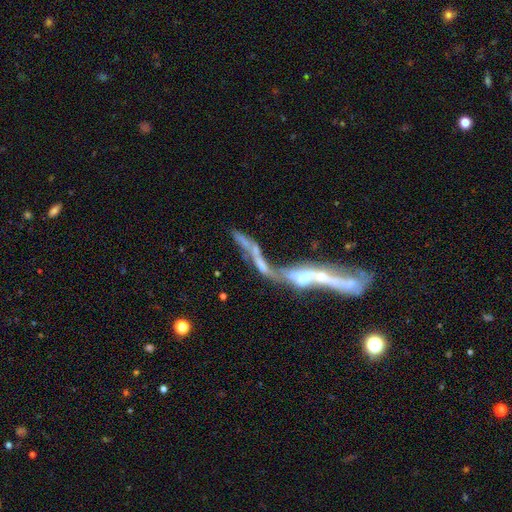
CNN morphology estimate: Smooth or featured? featured or disk (68%)
Edge-on disk? no (56%)
Merging? merger (61%)